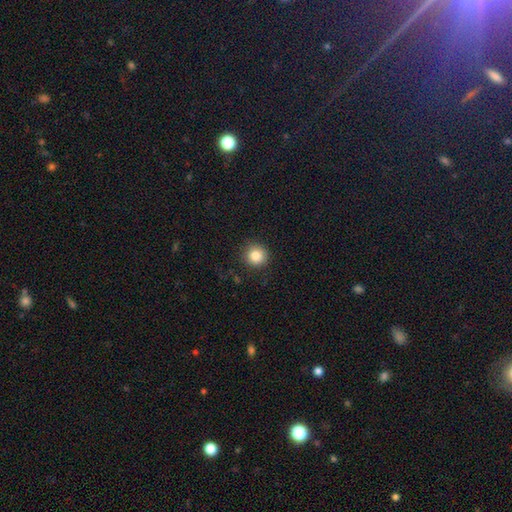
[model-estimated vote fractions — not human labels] Smooth or featured: smooth — 85% (star or artifact — 10%)
How rounded: round — 93% (in between — 6%)
Merging: none — 89% (minor disturbance — 8%)